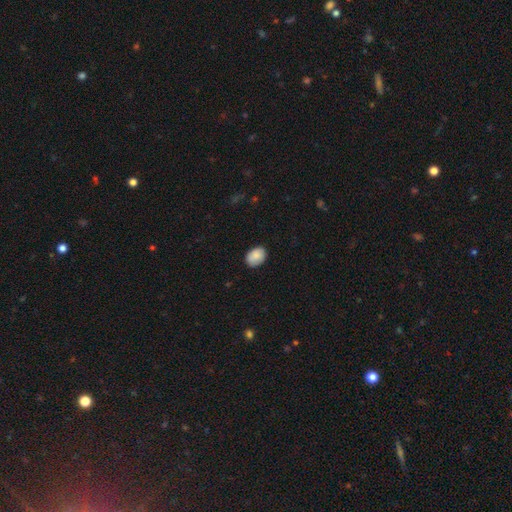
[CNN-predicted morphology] This is clearly a smooth galaxy (87%). How rounded: likely in between (74%). Merging: clearly none (82%).